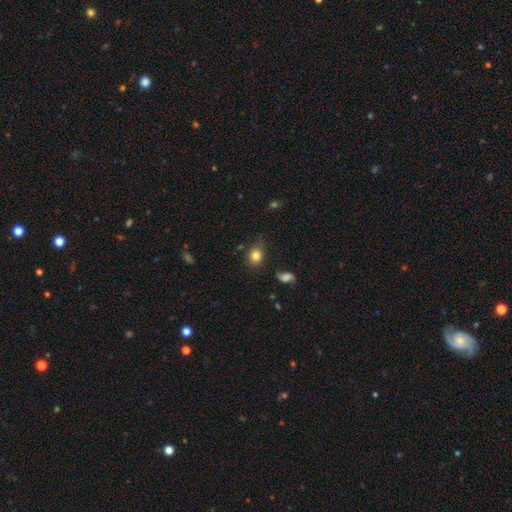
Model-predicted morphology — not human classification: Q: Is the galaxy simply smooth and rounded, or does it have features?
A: smooth — 82%.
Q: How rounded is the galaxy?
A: round — 56%.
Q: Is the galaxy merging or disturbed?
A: none — 68%.